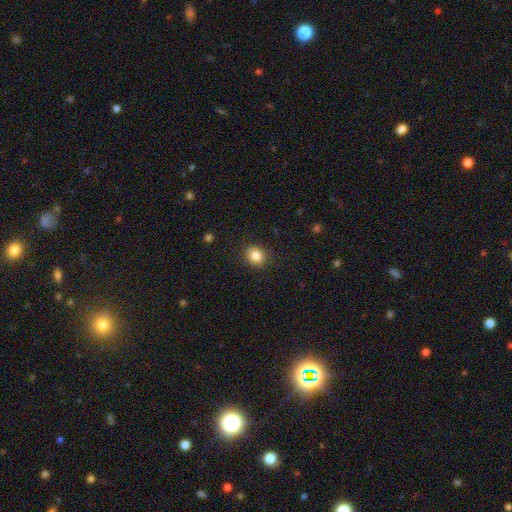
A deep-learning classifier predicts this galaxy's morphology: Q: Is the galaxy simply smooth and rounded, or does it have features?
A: smooth — 84%.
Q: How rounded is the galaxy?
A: round — 73%.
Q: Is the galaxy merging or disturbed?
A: none — 89%.